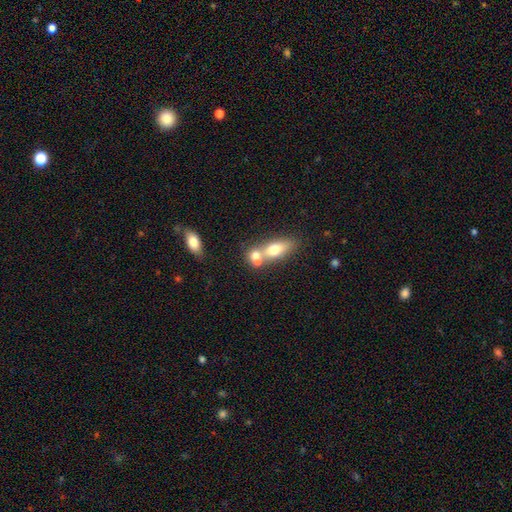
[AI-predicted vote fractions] Q: Smooth or featured?
A: smooth (65%); runner-up: featured or disk (26%)
Q: How rounded?
A: in between (59%); runner-up: round (27%)
Q: Merging?
A: merger (60%); runner-up: none (28%)